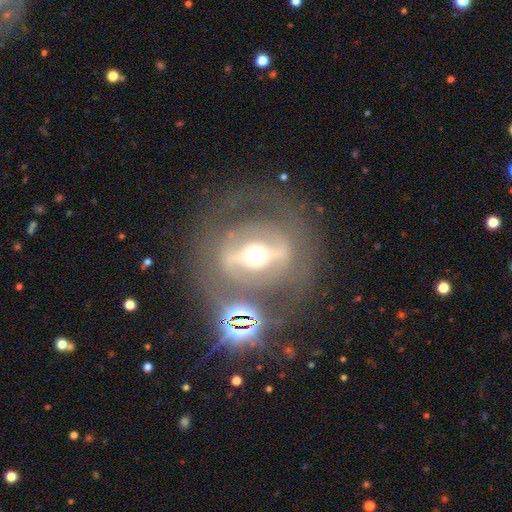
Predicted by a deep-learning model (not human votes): smooth-or-featured: featured or disk: 71% | smooth: 17% | star or artifact: 12%
  disk-edge-on: no: 78% | yes: 22%
    bar: strong: 75% | weak: 14% | no: 11%
    has-spiral-arms: no: 74% | yes: 26%
    bulge-size: moderate: 68% | large: 20% | small: 7% | dominant: 4% | none: 1%
  merging: none: 71% | major disturbance: 11% | minor disturbance: 11% | merger: 6%